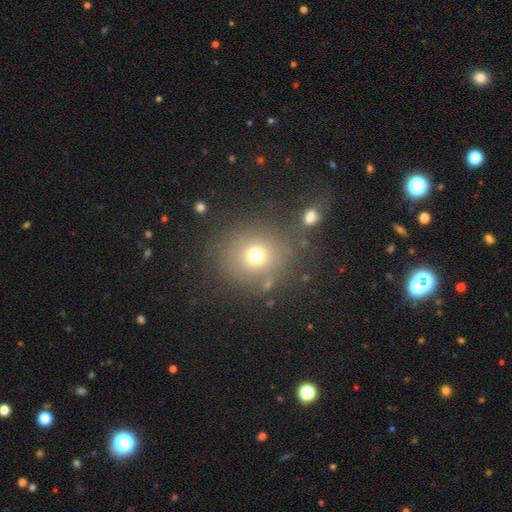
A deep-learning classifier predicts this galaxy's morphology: This is likely a smooth galaxy (71%). How rounded: clearly round (84%). Merging: likely none (73%).